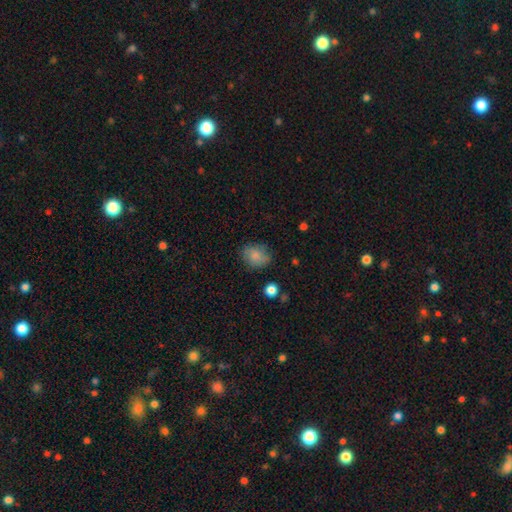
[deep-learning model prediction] smooth-or-featured: smooth: 82% | featured or disk: 9% | star or artifact: 9%
  how-rounded: round: 56% | in between: 43% | cigar-shaped: 1%
  merging: none: 72% | minor disturbance: 20% | major disturbance: 6% | merger: 2%